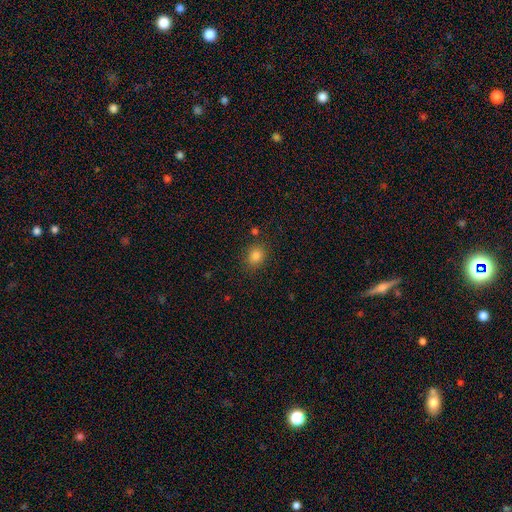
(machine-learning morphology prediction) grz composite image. It shows a smooth galaxy with no disk features (82%) that is round (64%). Merging: none (84%).